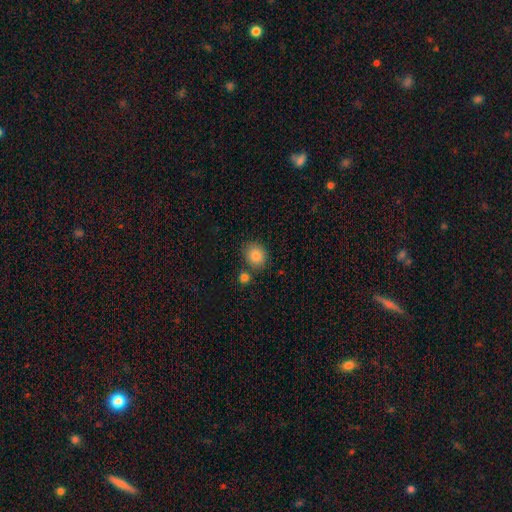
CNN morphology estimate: The model was most divided on "how rounded": round: 75%, in between: 24%, cigar-shaped: 1%. More confident: smooth or featured — smooth (85%); merging — none (73%).